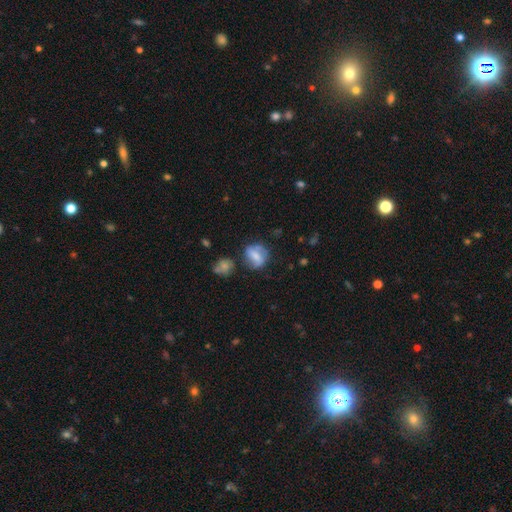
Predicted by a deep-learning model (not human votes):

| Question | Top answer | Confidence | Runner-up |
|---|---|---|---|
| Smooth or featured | smooth | 48% | featured or disk (43%) |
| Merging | none | 60% | minor disturbance (22%) |